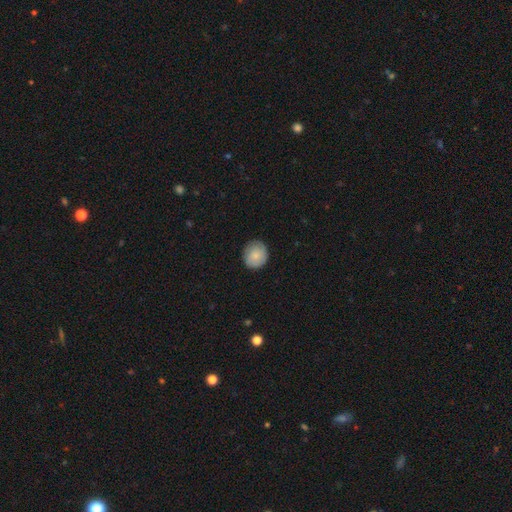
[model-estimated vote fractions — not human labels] The model was most divided on "smooth or featured": smooth: 74%, featured or disk: 19%, star or artifact: 7%. More confident: how rounded — round (83%); merging — none (81%).